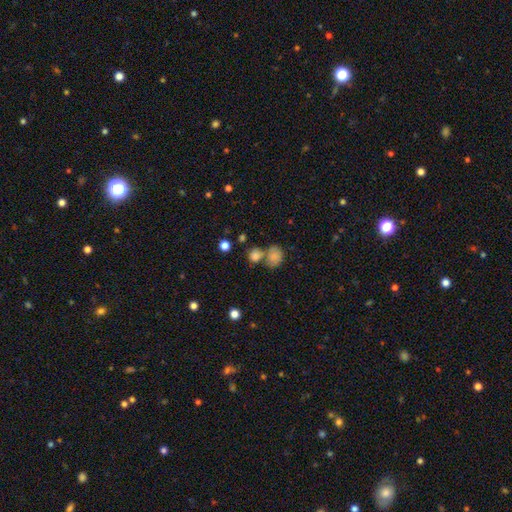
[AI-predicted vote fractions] A smooth galaxy with no disk features (80%) that is round (75%). Merging: none (44%).